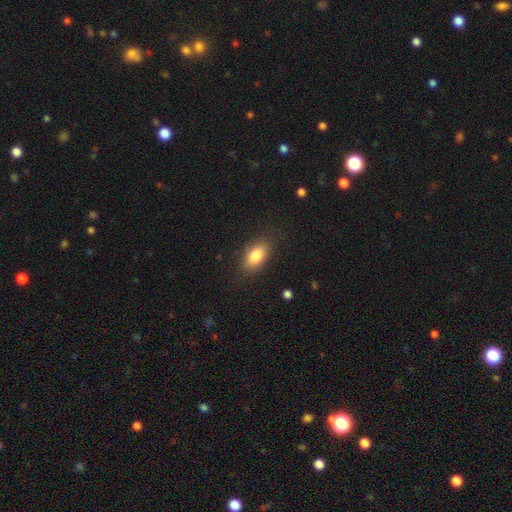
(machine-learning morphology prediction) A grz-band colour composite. It shows a smooth galaxy with no disk features (82%) that is in between round and cigar-shaped (89%). Merging: none (84%).